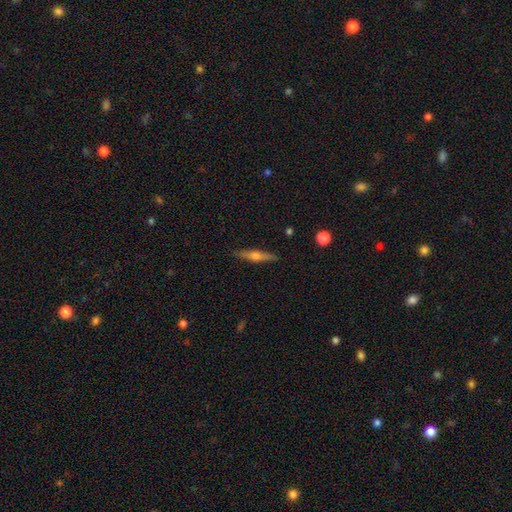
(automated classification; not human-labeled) Morphology: type=featured or disk (56%); edge-on=yes (95%); edge-on bulge=rounded (90%); merging=none (88%).